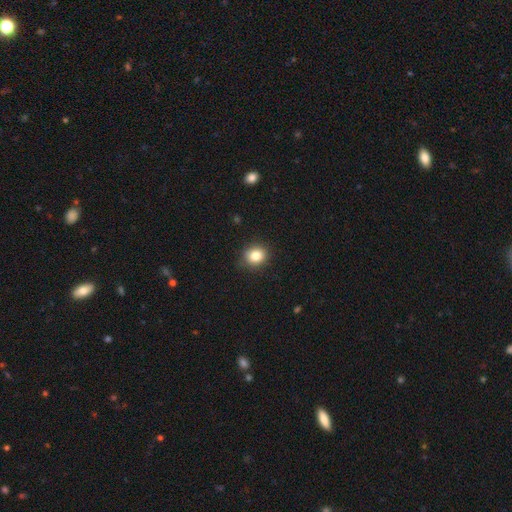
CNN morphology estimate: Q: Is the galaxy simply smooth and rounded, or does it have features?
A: smooth — 83%.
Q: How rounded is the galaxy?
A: round — 73%.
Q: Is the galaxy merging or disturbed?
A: none — 87%.